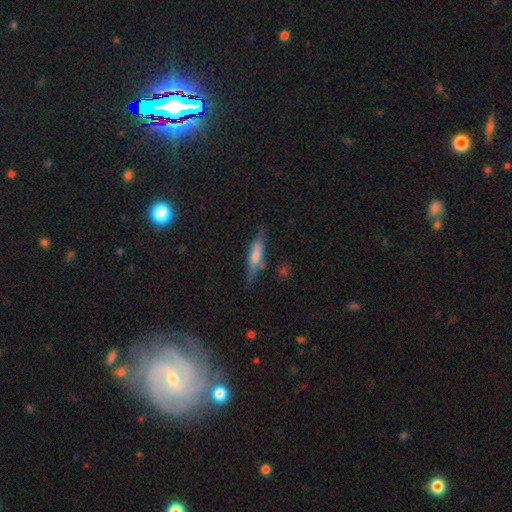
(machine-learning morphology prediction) Smooth or featured? smooth (53%)
How rounded? cigar-shaped (82%)
Merging? none (78%)